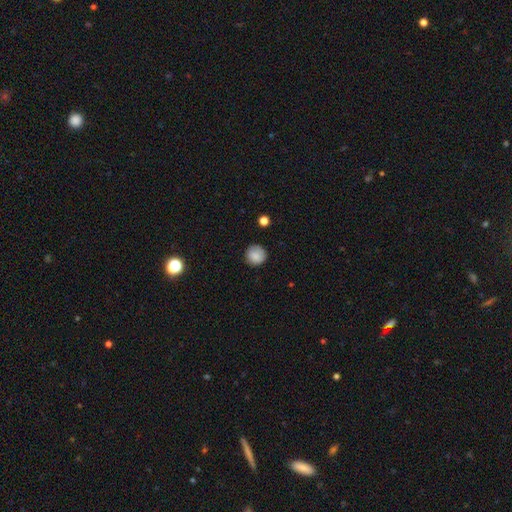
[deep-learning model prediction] Morphology: type=smooth (86%); roundness=round (93%); merging=none (83%).